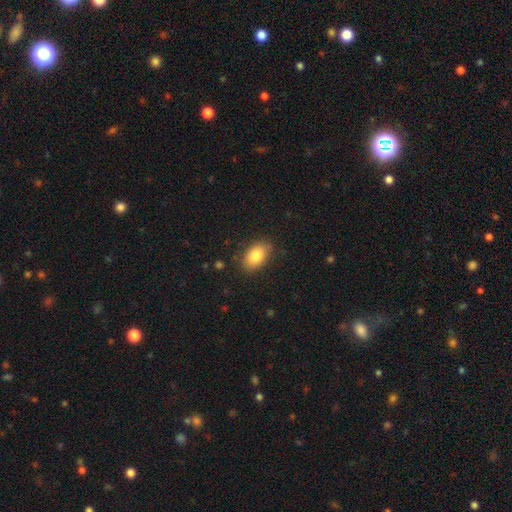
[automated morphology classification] Overall: smooth (84%). How rounded: in between (90%). Merging: none (83%).